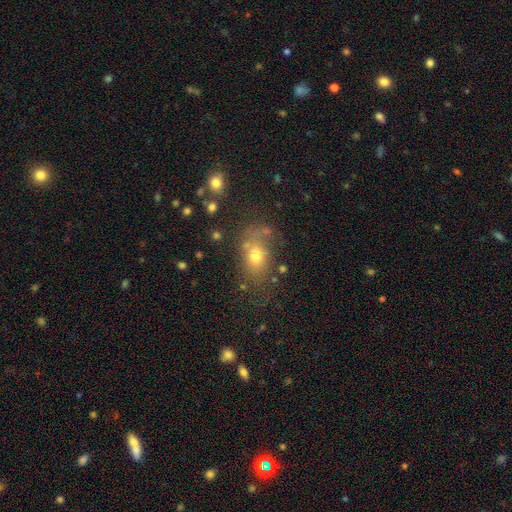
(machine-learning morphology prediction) smooth 67%, featured or disk 18%, star or artifact 15%. Down the decision tree: how rounded — in between (69%); merging — none (61%).